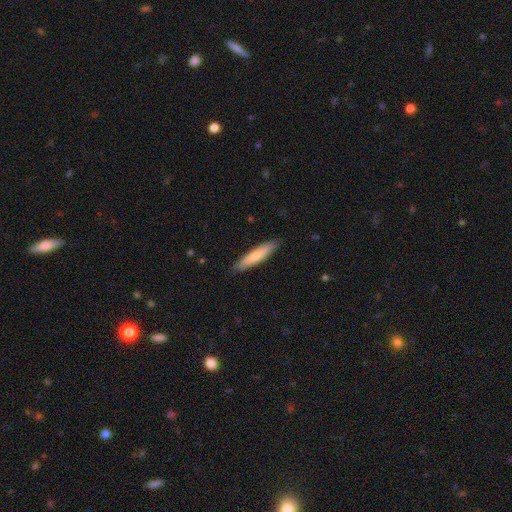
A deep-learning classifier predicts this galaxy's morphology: This appears to be a smooth galaxy with no disk features (72%) that is cigar-shaped (86%). Merging: none (88%).